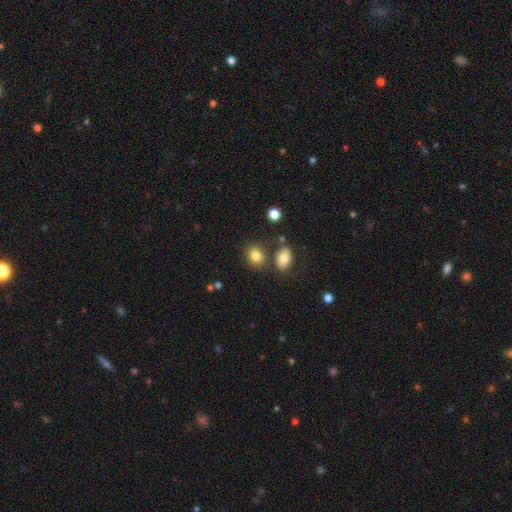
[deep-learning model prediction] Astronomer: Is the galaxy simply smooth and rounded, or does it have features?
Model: smooth — 81%.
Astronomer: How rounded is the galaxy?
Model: round — 53% (runner-up: in between, 46%).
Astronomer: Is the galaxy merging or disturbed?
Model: none — 72%.